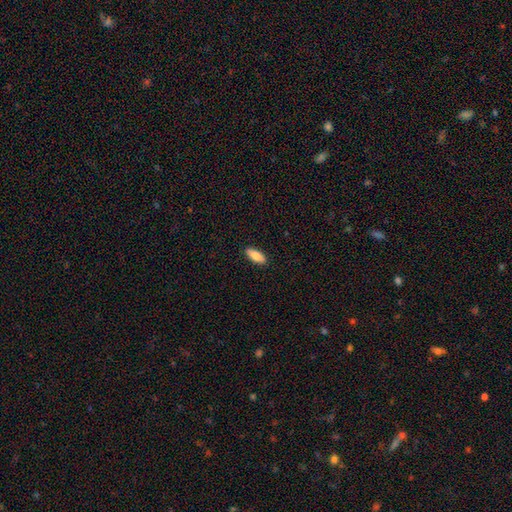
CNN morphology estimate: This is clearly a smooth galaxy (84%). How rounded: likely in between (74%). Merging: clearly none (90%).